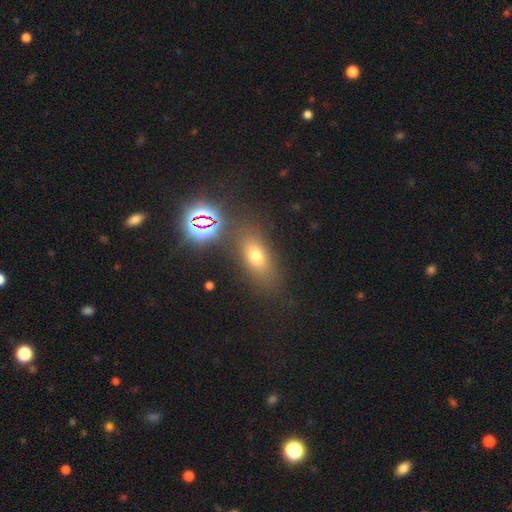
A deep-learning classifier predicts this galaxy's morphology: smooth 63%, star or artifact 21%, featured or disk 16%. Down the decision tree: how rounded — in between (71%); merging — none (76%).